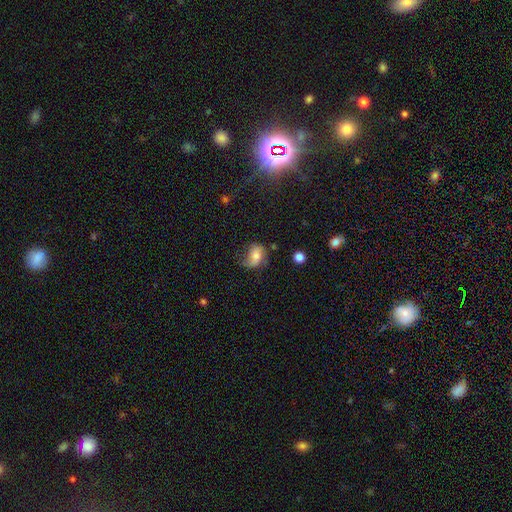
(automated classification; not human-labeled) Morphology: type=smooth (57%); roundness=in between (68%); merging=none (43%).